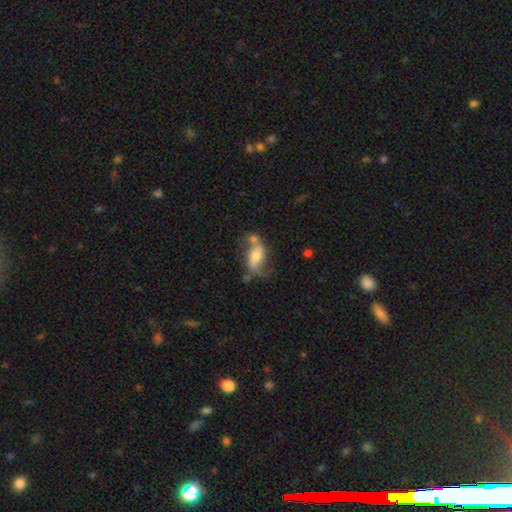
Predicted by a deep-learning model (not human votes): Smooth or featured: featured or disk — 60% (smooth — 32%)
Edge-on disk: no — 93% (yes — 7%)
Bar: no — 46% (weak — 34%)
Spiral arms: yes — 83% (no — 17%)
Bulge size: moderate — 50% (small — 32%)
Merging: none — 45% (minor disturbance — 22%)